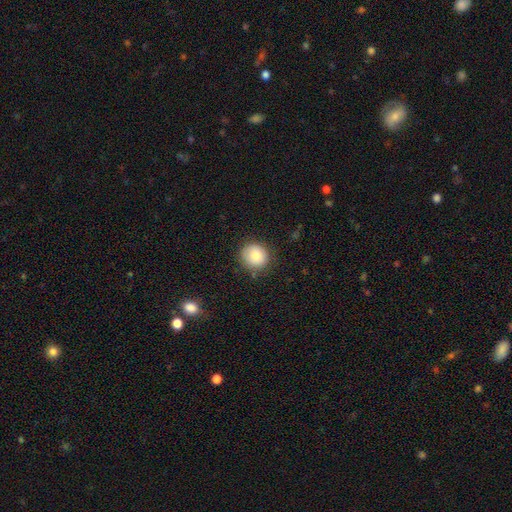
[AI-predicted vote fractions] Smooth or featured? Predicted: smooth (p=0.83). How rounded? Predicted: round (p=0.89). Merging? Predicted: none (p=0.84).